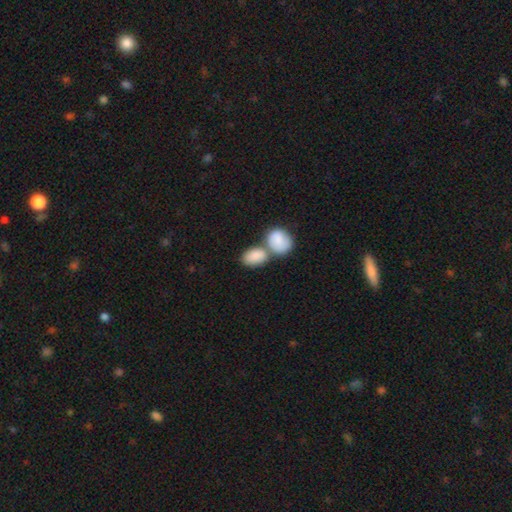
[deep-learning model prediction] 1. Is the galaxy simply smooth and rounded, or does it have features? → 85% smooth, 9% featured or disk, 6% star or artifact.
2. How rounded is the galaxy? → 82% in between, 16% round, 2% cigar-shaped.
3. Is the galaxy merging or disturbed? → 56% merger, 30% none, 10% minor disturbance, 4% major disturbance.